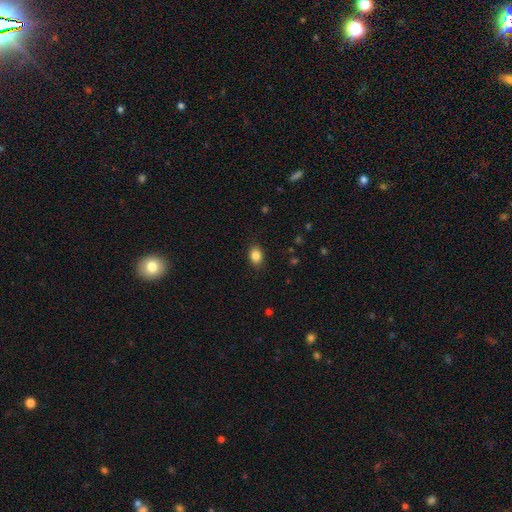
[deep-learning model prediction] smooth-or-featured: smooth: 85% | star or artifact: 9% | featured or disk: 5%
  how-rounded: in between: 71% | round: 28% | cigar-shaped: 1%
  merging: none: 87% | minor disturbance: 9% | major disturbance: 2% | merger: 1%